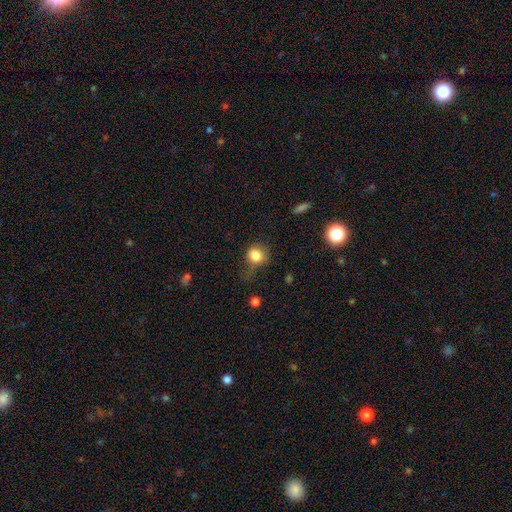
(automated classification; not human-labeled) A smooth galaxy with no disk features (82%) that is round (80%).

Vote fractions:
- Smooth or featured? smooth: 82% / star or artifact: 11% / featured or disk: 7%
- How rounded? round: 80% / in between: 19% / cigar-shaped: 1%
- Merging? none: 55% / minor disturbance: 27% / major disturbance: 15% / merger: 3%